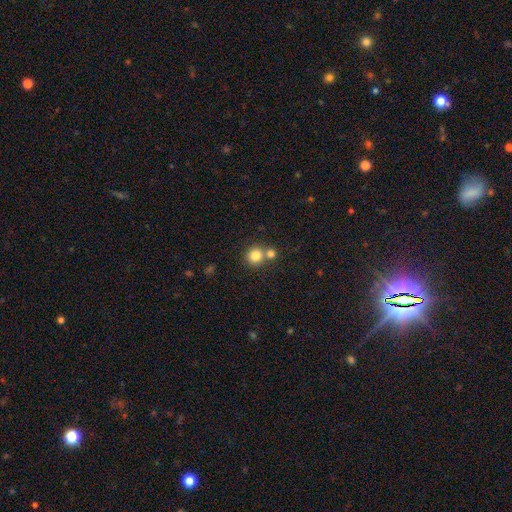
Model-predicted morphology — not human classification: Smooth or featured? Predicted: smooth (p=0.82). How rounded? Predicted: round (p=0.91). Merging? Predicted: none (p=0.57).